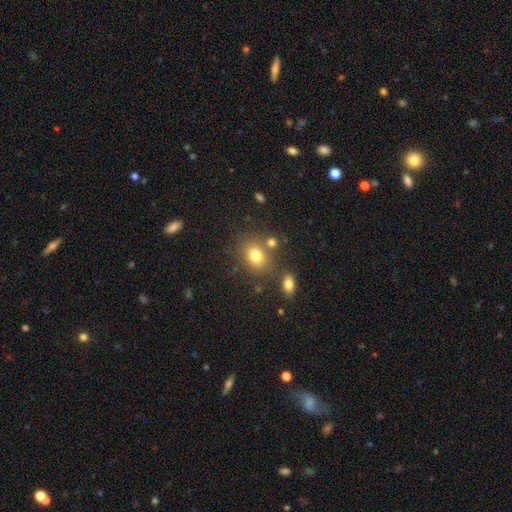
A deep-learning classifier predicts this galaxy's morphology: Smooth or featured? smooth (78%)
How rounded? in between (52%)
Merging? none (70%)